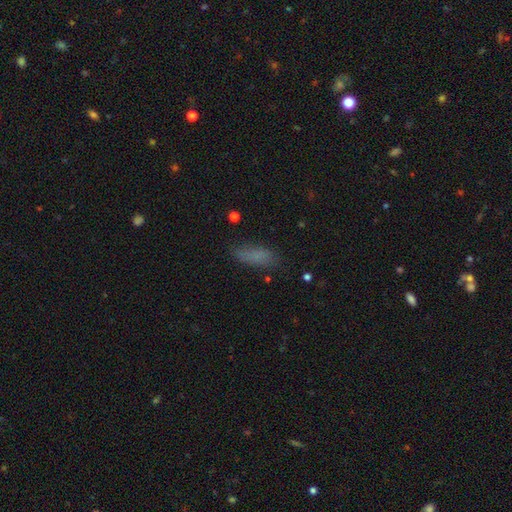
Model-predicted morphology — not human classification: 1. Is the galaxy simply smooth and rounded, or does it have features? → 78% smooth, 11% star or artifact, 10% featured or disk.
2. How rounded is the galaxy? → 57% in between, 41% cigar-shaped, 3% round.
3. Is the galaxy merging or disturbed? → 73% none, 19% minor disturbance, 6% major disturbance, 2% merger.